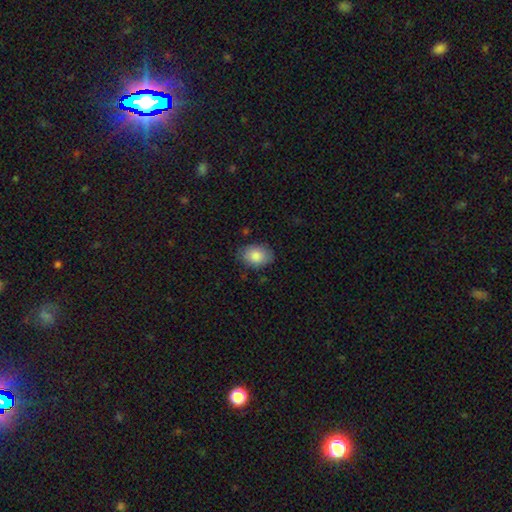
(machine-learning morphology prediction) Smooth or featured?
  - smooth: 86% *
  - featured or disk: 7%
  - star or artifact: 7%
How rounded?
  - in between: 82% *
  - round: 17%
  - cigar-shaped: 1%
Merging?
  - none: 80% *
  - minor disturbance: 15%
  - major disturbance: 3%
  - merger: 1%